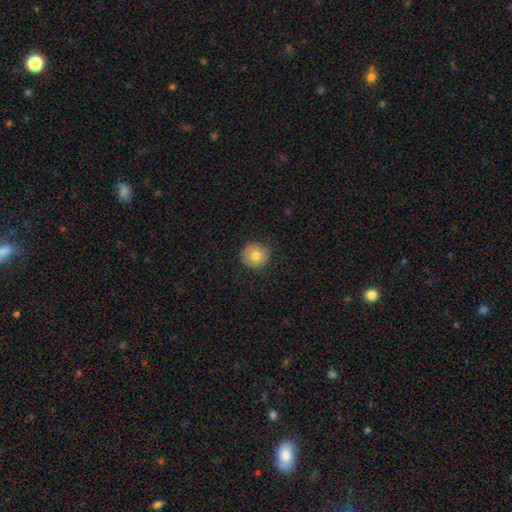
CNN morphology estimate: Smooth or featured?
  - smooth: 77% *
  - featured or disk: 13%
  - star or artifact: 10%
How rounded?
  - round: 94% *
  - in between: 5%
  - cigar-shaped: 1%
Merging?
  - none: 89% *
  - minor disturbance: 8%
  - major disturbance: 2%
  - merger: 1%